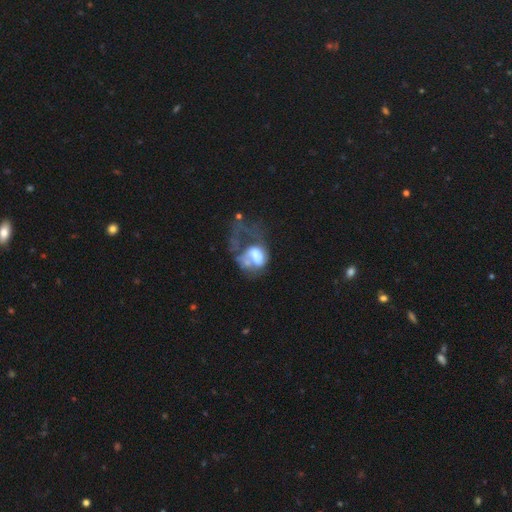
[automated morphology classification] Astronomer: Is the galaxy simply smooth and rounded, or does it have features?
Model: featured or disk — 47% (runner-up: smooth, 41%).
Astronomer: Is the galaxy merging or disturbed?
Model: major disturbance — 54%.